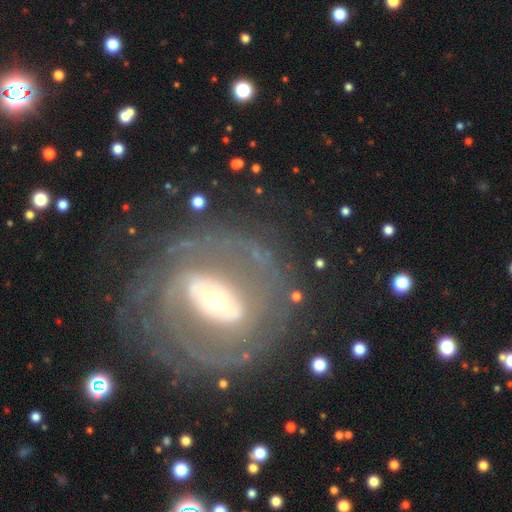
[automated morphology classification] Smooth or featured? Predicted: featured or disk (p=0.80). Edge-on disk? Predicted: no (p=0.94). Bar? Predicted: strong (p=0.49). Spiral arms? Predicted: yes (p=0.74). Spiral winding? Predicted: tight (p=0.60). Spiral arm count? Predicted: 2 (p=0.47). Bulge size? Predicted: small (p=0.47). Merging? Predicted: none (p=0.76).